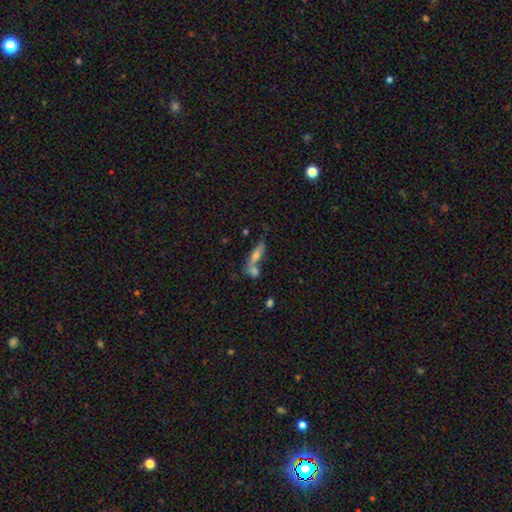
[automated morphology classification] Overall: smooth (53%; featured or disk 37%). How rounded: cigar-shaped (62%; in between 34%). Merging: none (44%; merger 40%).